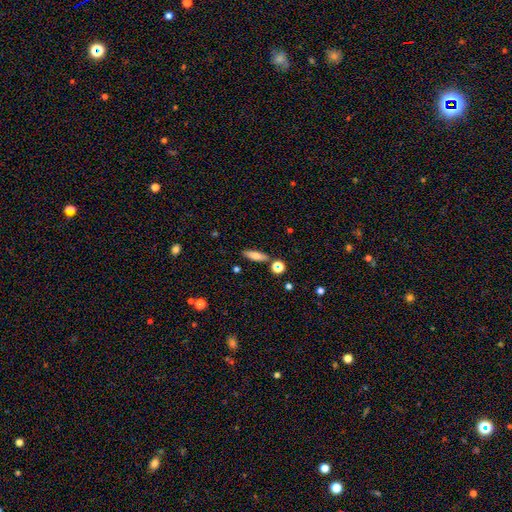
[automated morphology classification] Smooth or featured? Predicted: smooth (p=0.69). How rounded? Predicted: in between (p=0.50). Merging? Predicted: none (p=0.81).